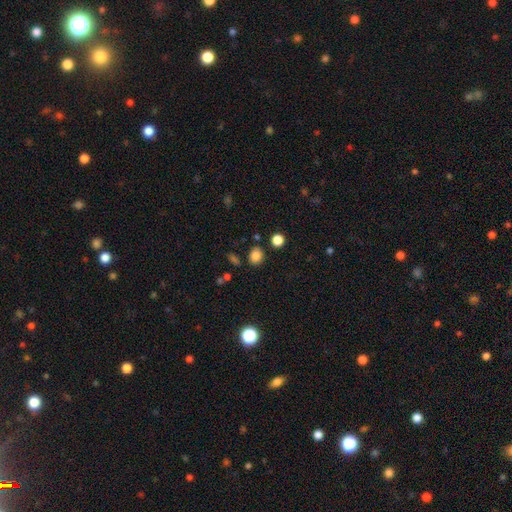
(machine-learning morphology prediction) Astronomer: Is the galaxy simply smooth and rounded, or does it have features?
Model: smooth — 83%.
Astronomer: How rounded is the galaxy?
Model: round — 57% (runner-up: in between, 42%).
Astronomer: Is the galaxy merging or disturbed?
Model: none — 82%.